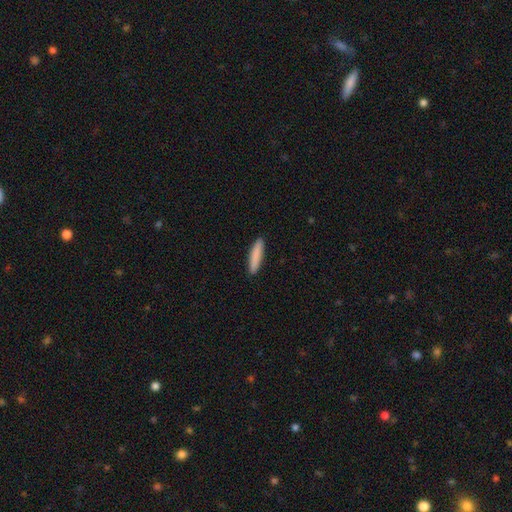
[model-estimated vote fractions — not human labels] A smooth galaxy with no disk features (86%) that is cigar-shaped (87%). Merging: none (91%).